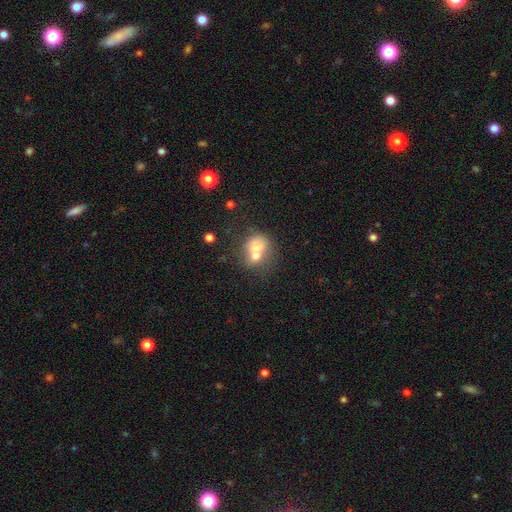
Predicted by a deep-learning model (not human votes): smooth 63%, featured or disk 23%, star or artifact 14%. Down the decision tree: how rounded — round (60%); merging — merger (51%).